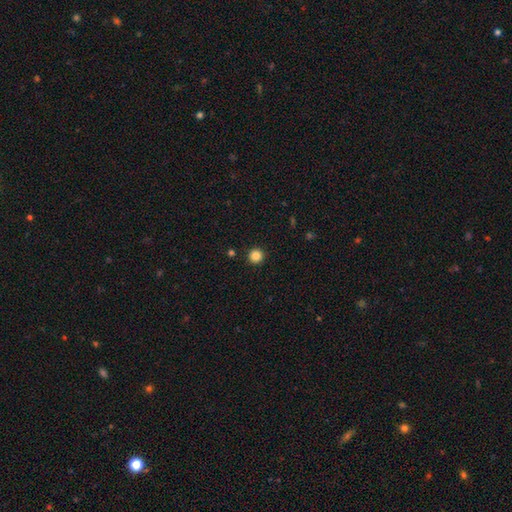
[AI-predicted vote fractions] This appears to be a smooth galaxy with no disk features (85%) that is round (96%). Merging: none (93%).